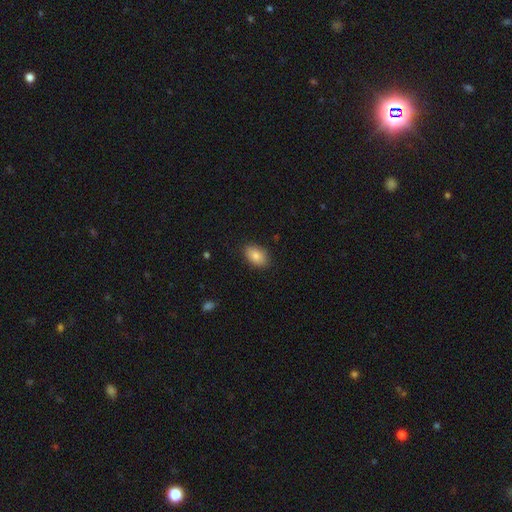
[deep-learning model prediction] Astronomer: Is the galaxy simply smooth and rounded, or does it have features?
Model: smooth — 84%.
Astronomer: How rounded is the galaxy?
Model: in between — 89%.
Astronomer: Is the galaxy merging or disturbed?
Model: none — 87%.